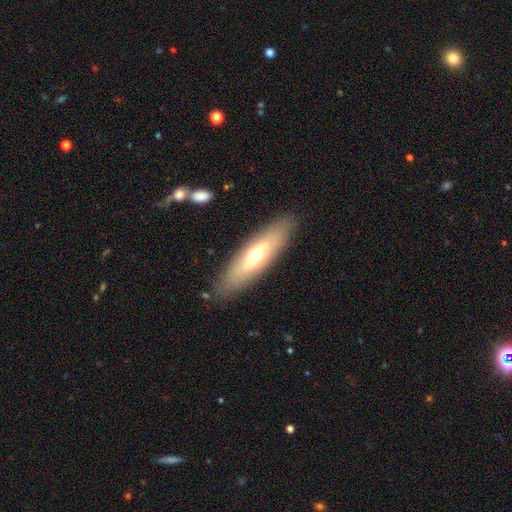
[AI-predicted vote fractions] This is possibly a smooth galaxy (52%). How rounded: possibly cigar-shaped (53%). Merging: clearly none (87%).